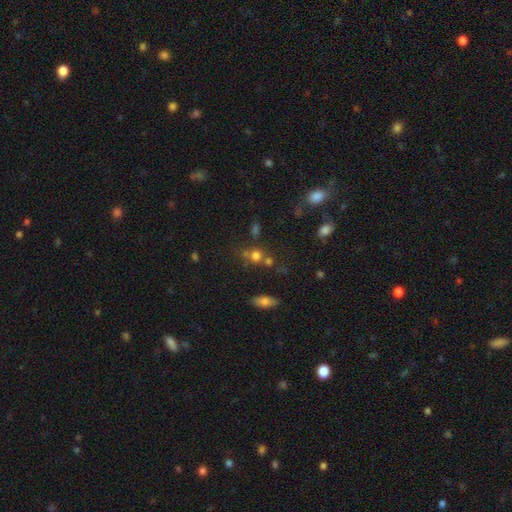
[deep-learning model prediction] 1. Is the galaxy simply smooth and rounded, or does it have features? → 68% smooth, 19% star or artifact, 12% featured or disk.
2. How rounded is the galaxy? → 76% round, 21% in between, 2% cigar-shaped.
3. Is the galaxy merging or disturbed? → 53% none, 28% merger, 12% minor disturbance, 7% major disturbance.